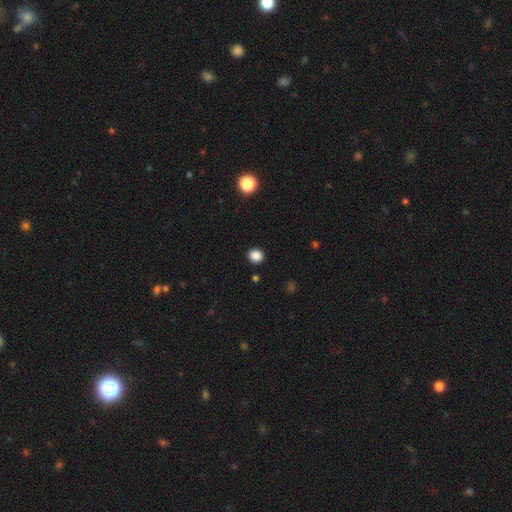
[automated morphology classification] This is clearly a smooth galaxy (86%). How rounded: clearly round (88%). Merging: clearly none (92%).